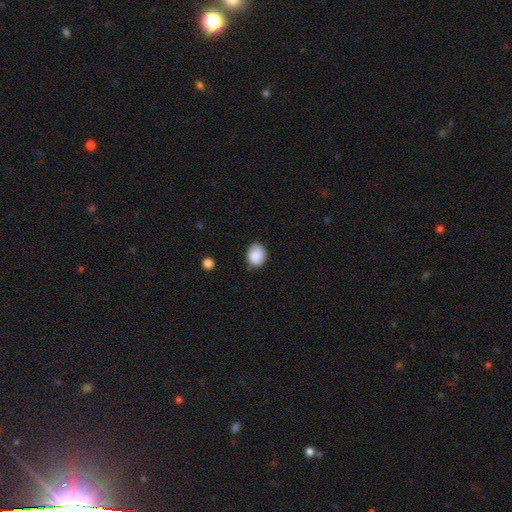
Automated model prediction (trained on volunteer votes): This appears to be a smooth galaxy with no disk features (87%) that is round (58%). Merging: none (76%).